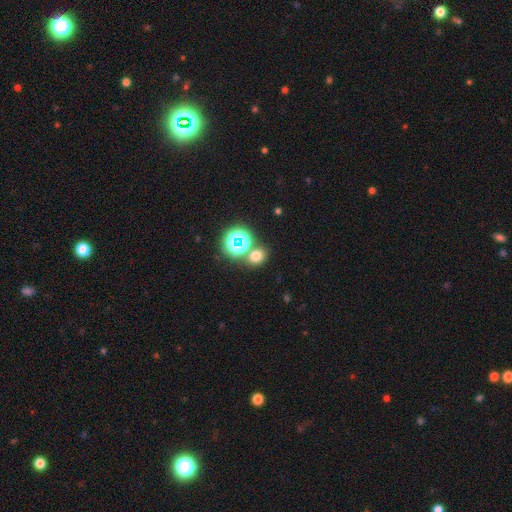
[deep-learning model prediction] Smooth or featured: smooth — 64% (star or artifact — 28%)
How rounded: round — 70% (in between — 29%)
Merging: none — 70% (merger — 18%)